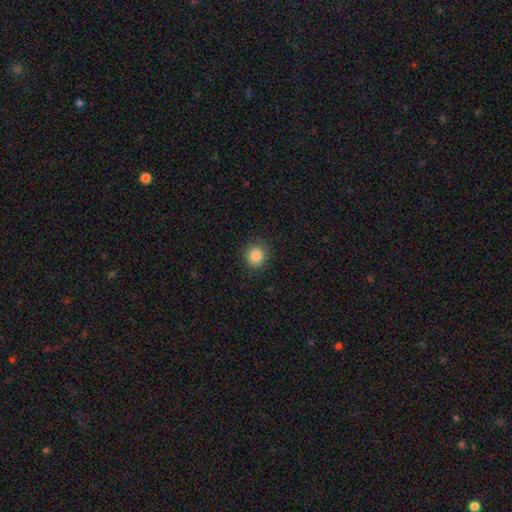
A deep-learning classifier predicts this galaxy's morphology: Overall: smooth (86%). How rounded: round (88%). Merging: none (89%).